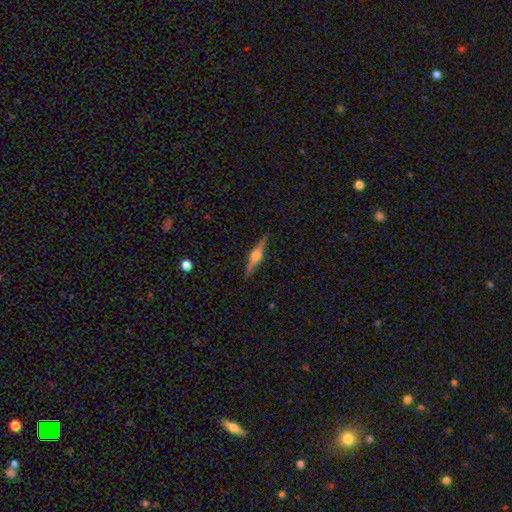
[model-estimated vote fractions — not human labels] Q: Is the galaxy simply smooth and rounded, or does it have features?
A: featured or disk — 69%.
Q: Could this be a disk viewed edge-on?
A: yes — 97%.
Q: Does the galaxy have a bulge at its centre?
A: rounded — 84%.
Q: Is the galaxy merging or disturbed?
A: none — 89%.